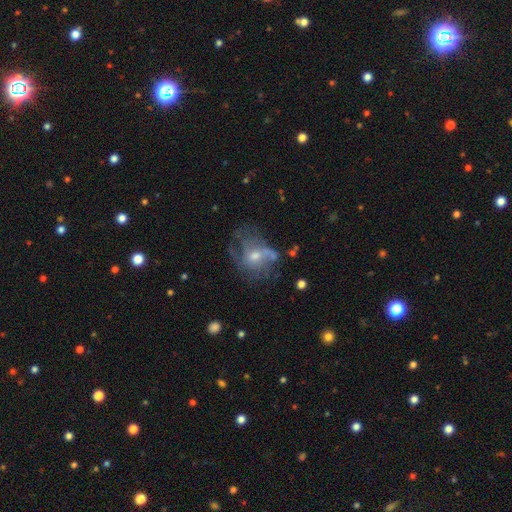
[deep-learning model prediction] A featured or disk galaxy (61%) with no bar (68%), spiral arms (57%) and a moderate central bulge (52%). Merging: none (42%).